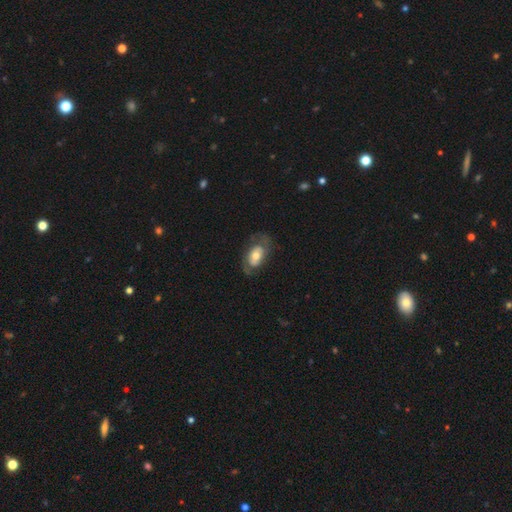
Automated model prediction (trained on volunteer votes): The model was most divided on "smooth or featured": featured or disk: 51%, smooth: 43%, star or artifact: 6%. More confident: edge-on disk — no (91%); merging — none (63%).